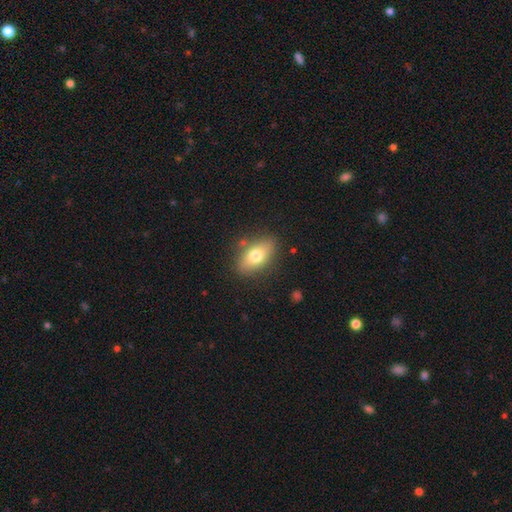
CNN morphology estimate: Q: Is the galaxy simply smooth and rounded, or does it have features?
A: smooth — 73%.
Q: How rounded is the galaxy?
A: in between — 87%.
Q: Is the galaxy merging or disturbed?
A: none — 82%.